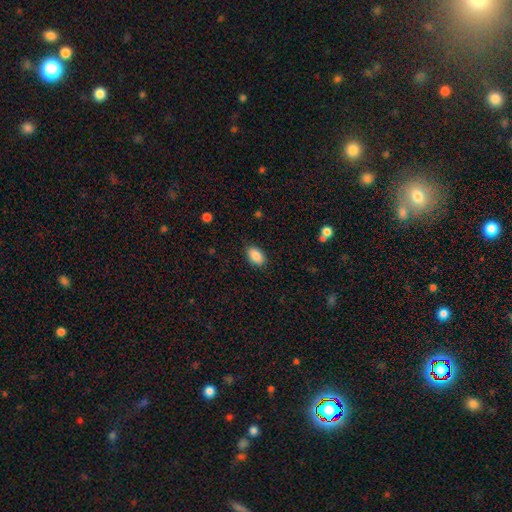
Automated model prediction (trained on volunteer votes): Smooth or featured: smooth — 87% (star or artifact — 7%)
How rounded: in between — 89% (round — 9%)
Merging: none — 86% (minor disturbance — 10%)